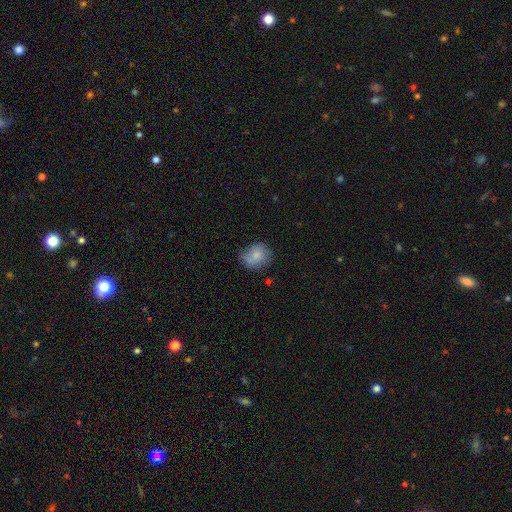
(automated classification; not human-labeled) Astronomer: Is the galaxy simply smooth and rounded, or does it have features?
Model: smooth — 74%.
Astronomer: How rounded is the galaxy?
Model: round — 69%.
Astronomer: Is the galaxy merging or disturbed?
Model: none — 59%.